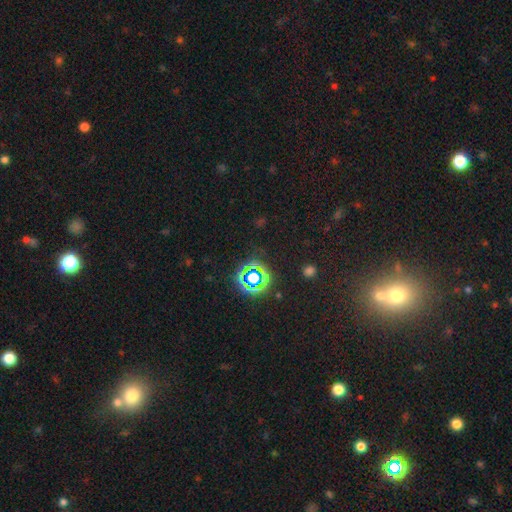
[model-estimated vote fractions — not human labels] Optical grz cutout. It shows a star or artifact, not a galaxy (69%).